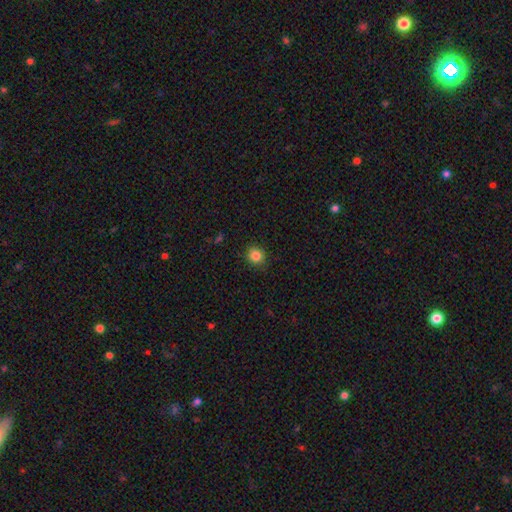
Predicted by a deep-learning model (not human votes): Morphology: type=smooth (84%); roundness=round (87%); merging=none (89%).